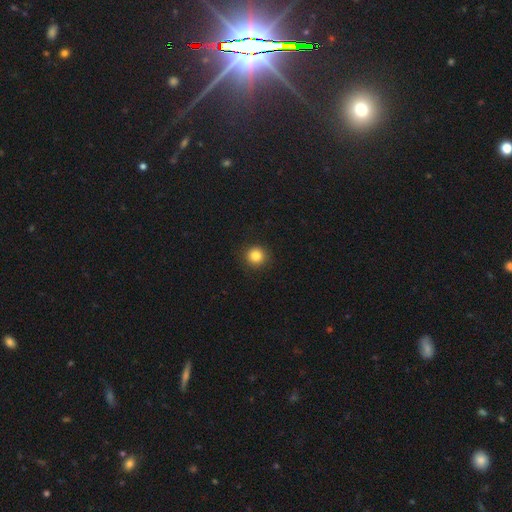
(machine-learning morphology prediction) Smooth or featured? Predicted: smooth (p=0.84). How rounded? Predicted: round (p=0.94). Merging? Predicted: none (p=0.92).